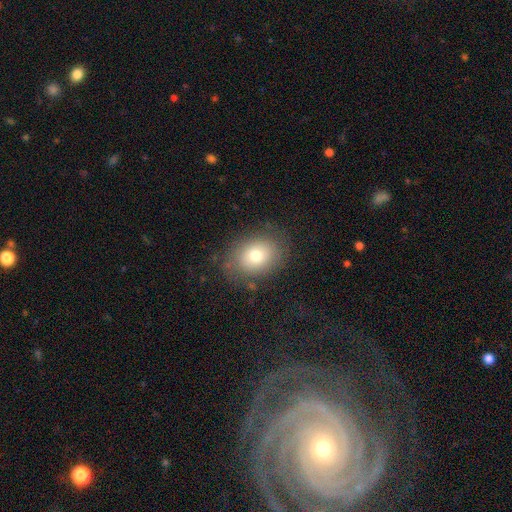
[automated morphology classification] Smooth or featured? smooth (74%)
How rounded? in between (61%)
Merging? none (80%)